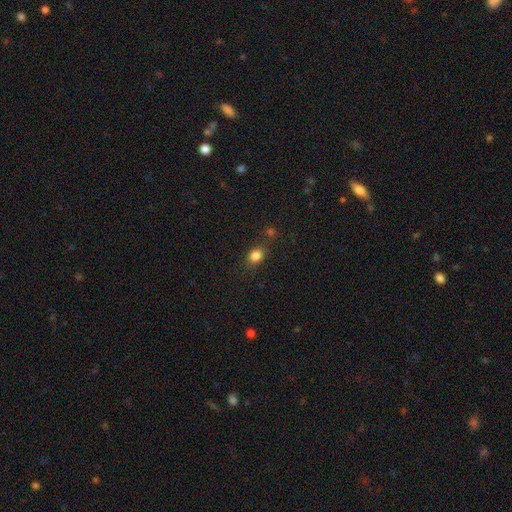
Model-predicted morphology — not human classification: Q: Smooth or featured?
A: smooth (83%); runner-up: star or artifact (12%)
Q: How rounded?
A: in between (52%); runner-up: round (46%)
Q: Merging?
A: none (75%); runner-up: minor disturbance (13%)